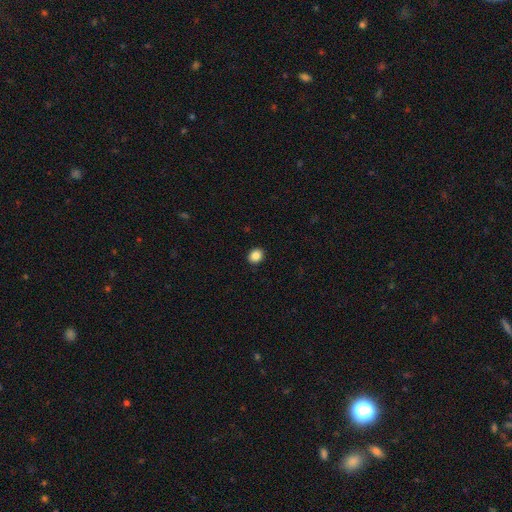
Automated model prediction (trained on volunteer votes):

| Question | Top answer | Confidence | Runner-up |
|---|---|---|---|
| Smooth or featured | smooth | 87% | star or artifact (10%) |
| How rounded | round | 62% | in between (37%) |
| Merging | none | 91% | minor disturbance (6%) |